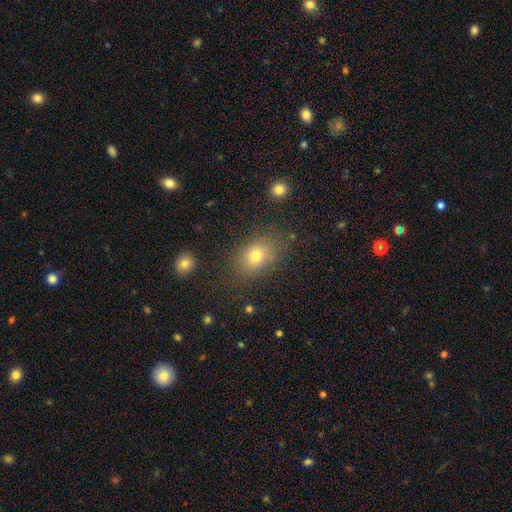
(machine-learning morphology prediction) type=smooth (76%); roundness=in between (73%); merging=none (79%).